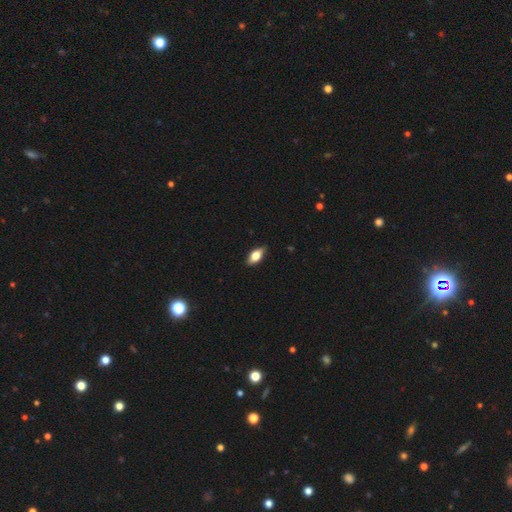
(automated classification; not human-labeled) This appears to be a smooth galaxy with no disk features (63%) that is in between round and cigar-shaped (82%). Merging: none (87%).